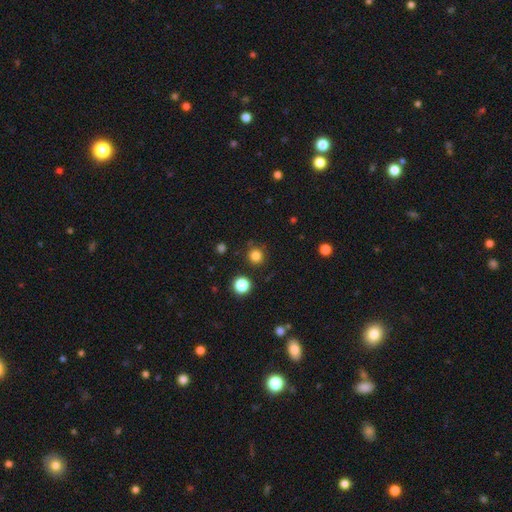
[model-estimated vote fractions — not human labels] A smooth galaxy with no disk features (82%) that is round (94%). Merging: none (87%).